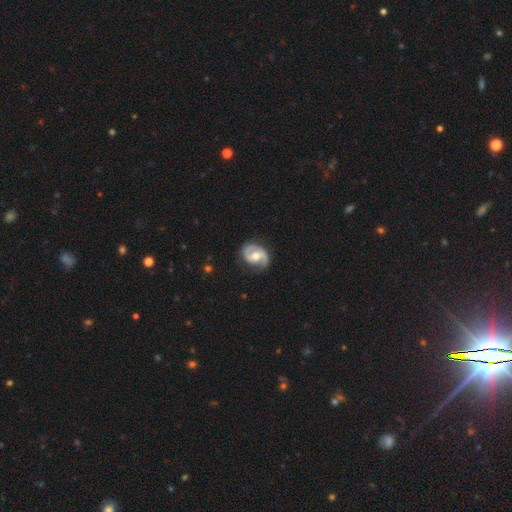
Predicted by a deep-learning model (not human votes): A featured or disk galaxy (83%) with a weak bar (47%), 2 (87%) medium (50%) spiral arms (94%) and a moderate central bulge (70%). Merging: none (76%).